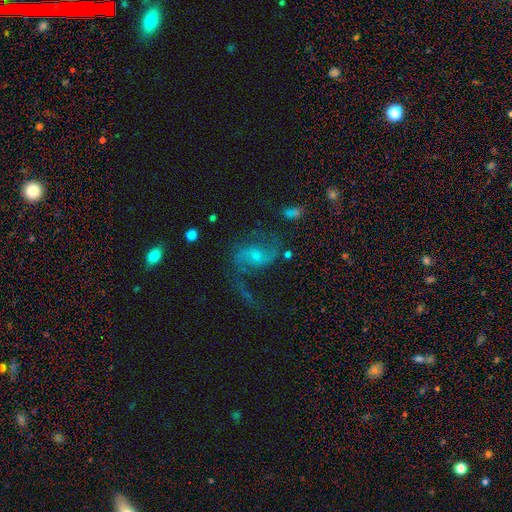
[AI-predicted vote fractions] Overall: featured or disk (83%). Edge-on disk: no (98%). Bar: no (47%; weak 41%). Spiral arms: yes (95%). Spiral arm count: 2 (84%). Spiral winding: loose (60%; medium 33%). Bulge size: small (64%; moderate 27%). Merging: none (53%; major disturbance 26%).